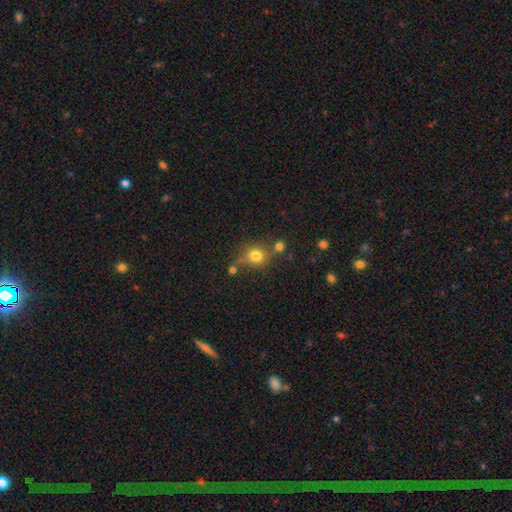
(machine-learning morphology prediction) Overall: smooth (78%). How rounded: round (74%). Merging: none (61%).